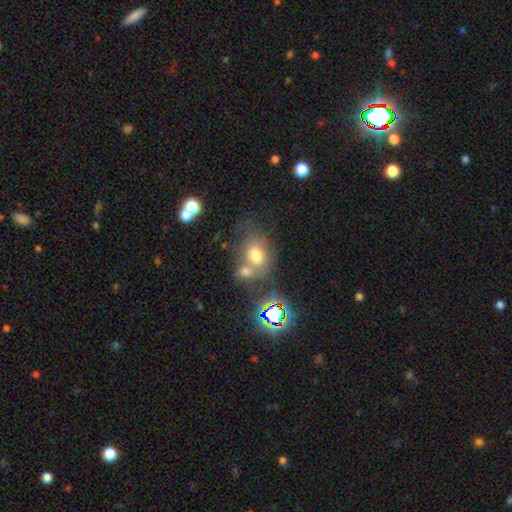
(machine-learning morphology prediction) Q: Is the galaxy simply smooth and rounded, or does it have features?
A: smooth — 66%.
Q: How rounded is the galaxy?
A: in between — 64%.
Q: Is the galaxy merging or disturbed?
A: merger — 42%.